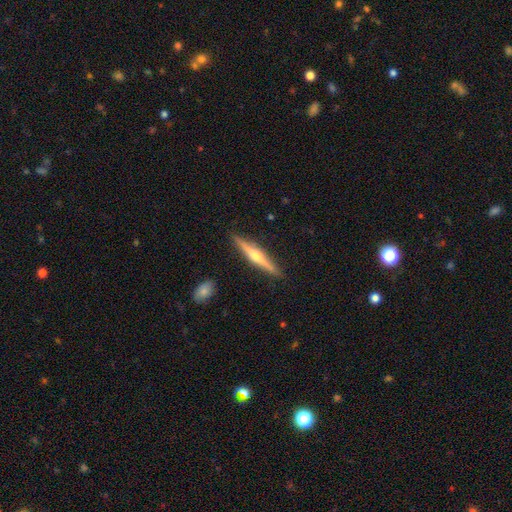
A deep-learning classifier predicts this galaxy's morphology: type=featured or disk (69%); edge-on=yes (98%); edge-on bulge=rounded (87%); merging=none (90%).